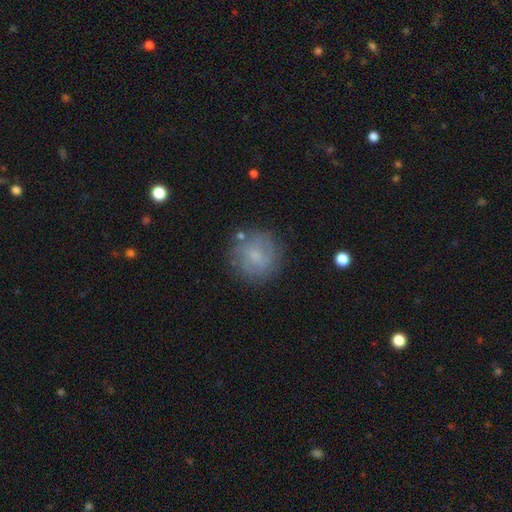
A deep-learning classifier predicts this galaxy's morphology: A smooth galaxy with no disk features (58%) that is round (91%).

Vote fractions:
- Smooth or featured? smooth: 58% / featured or disk: 32% / star or artifact: 10%
- How rounded? round: 91% / in between: 8% / cigar-shaped: 1%
- Merging? none: 76% / minor disturbance: 15% / major disturbance: 6% / merger: 3%